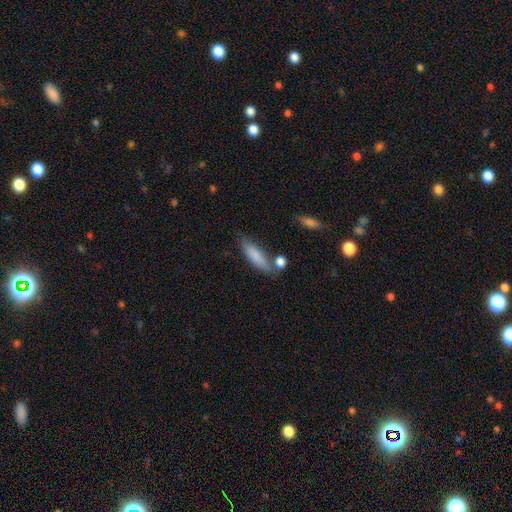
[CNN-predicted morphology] type=smooth (81%); roundness=cigar-shaped (55%); merging=none (62%).